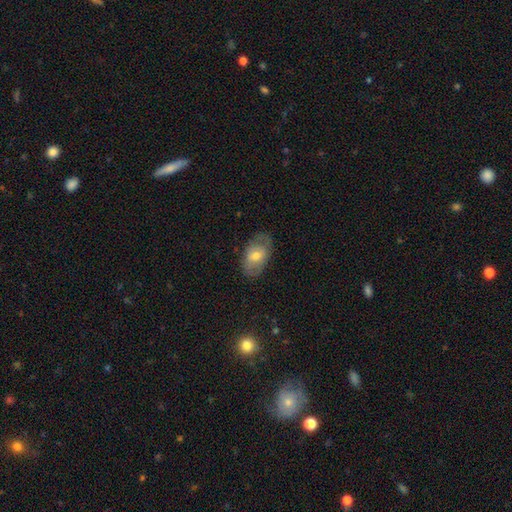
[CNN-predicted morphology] Smooth or featured?
  - smooth: 56% *
  - featured or disk: 37%
  - star or artifact: 7%
How rounded?
  - in between: 88% *
  - round: 10%
  - cigar-shaped: 2%
Merging?
  - none: 72% *
  - minor disturbance: 20%
  - major disturbance: 7%
  - merger: 1%